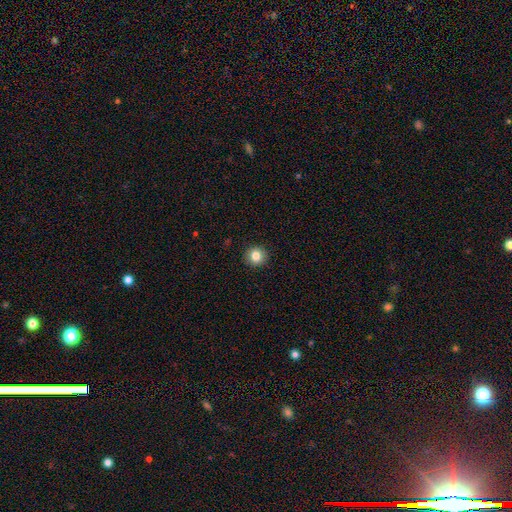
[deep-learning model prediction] The model was most divided on "smooth or featured": smooth: 84%, star or artifact: 10%, featured or disk: 6%. More confident: how rounded — round (92%); merging — none (92%).